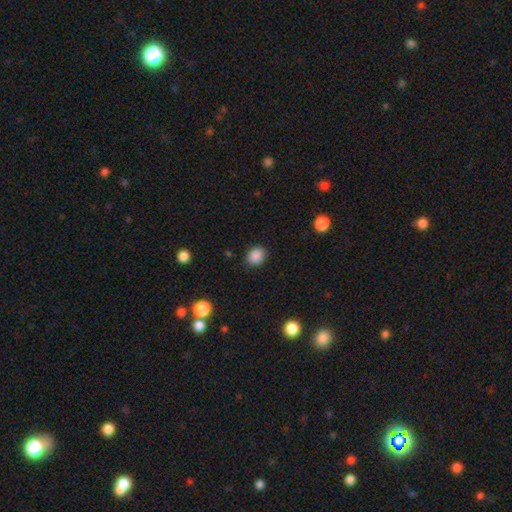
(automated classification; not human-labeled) Morphology: type=smooth (87%); roundness=round (59%); merging=none (85%).